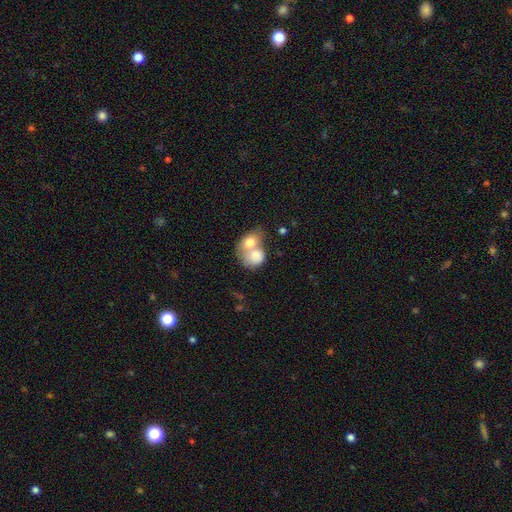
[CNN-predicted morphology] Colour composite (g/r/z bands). It shows a smooth galaxy with no disk features (73%) that is round (52%). Merging: merger (78%).